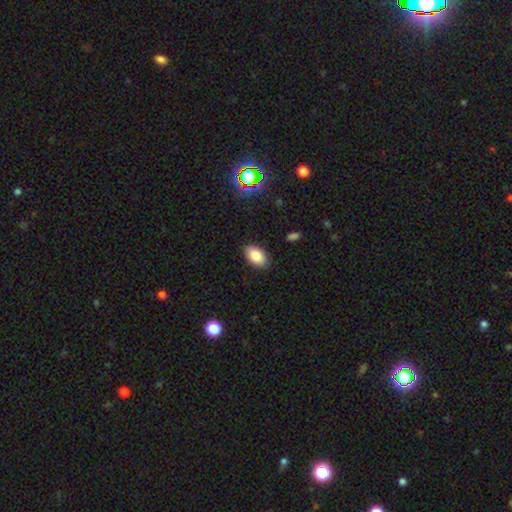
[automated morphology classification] smooth-or-featured: smooth: 85% | star or artifact: 9% | featured or disk: 7%
  how-rounded: in between: 92% | round: 6% | cigar-shaped: 1%
  merging: none: 87% | minor disturbance: 9% | major disturbance: 2% | merger: 1%